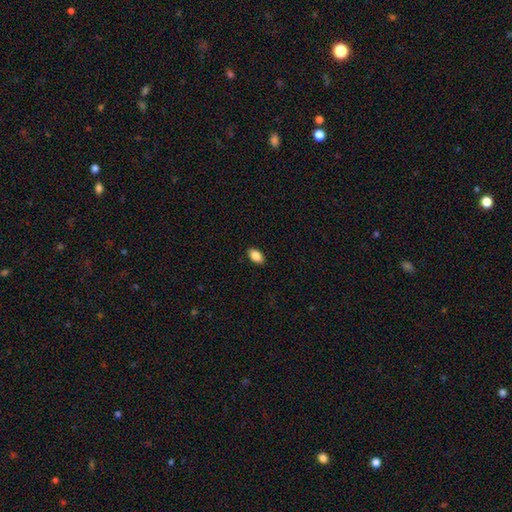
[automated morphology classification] Smooth or featured? Predicted: smooth (p=0.86). How rounded? Predicted: in between (p=0.92). Merging? Predicted: none (p=0.89).